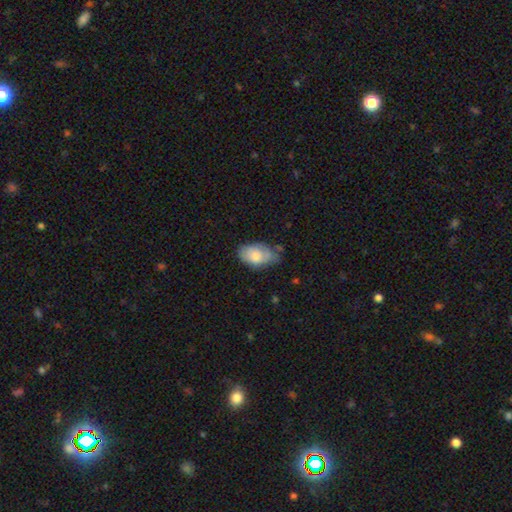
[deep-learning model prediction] Q: Smooth or featured?
A: smooth (74%); runner-up: featured or disk (20%)
Q: How rounded?
A: in between (92%); runner-up: round (6%)
Q: Merging?
A: none (45%); runner-up: minor disturbance (40%)